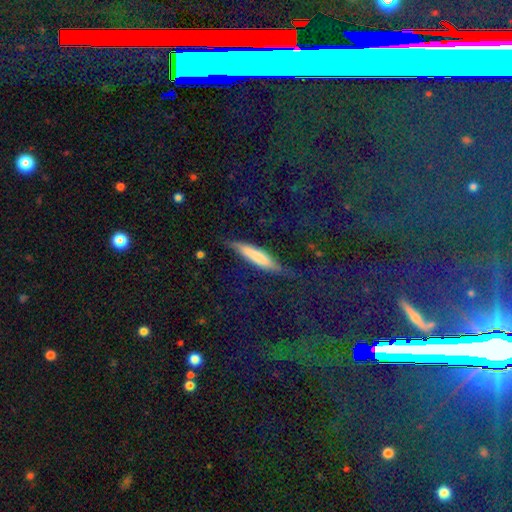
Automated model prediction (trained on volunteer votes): smooth_or_featured: smooth (p=0.64) [alt: featured or disk p=0.28]
how_rounded: cigar-shaped (p=0.84) [alt: in between p=0.14]
merging: none (p=0.68) [alt: minor disturbance p=0.21]